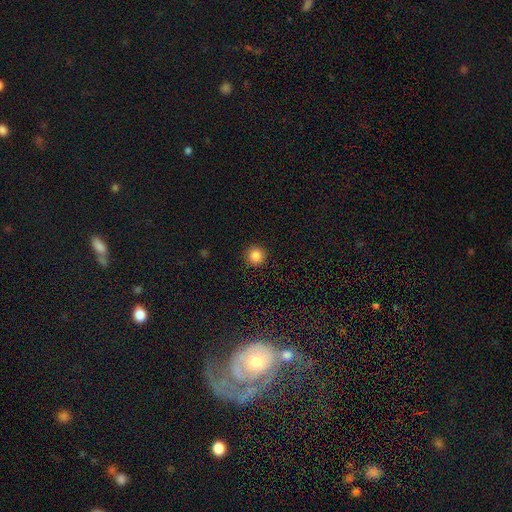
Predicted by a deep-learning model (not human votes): Smooth or featured: smooth — 85% (star or artifact — 11%)
How rounded: round — 95% (in between — 4%)
Merging: none — 93% (minor disturbance — 5%)